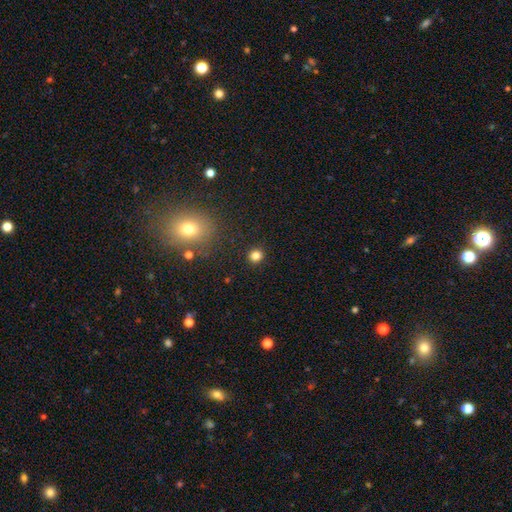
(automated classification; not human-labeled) smooth 82%, star or artifact 14%, featured or disk 5%. Down the decision tree: how rounded — round (87%); merging — none (90%).